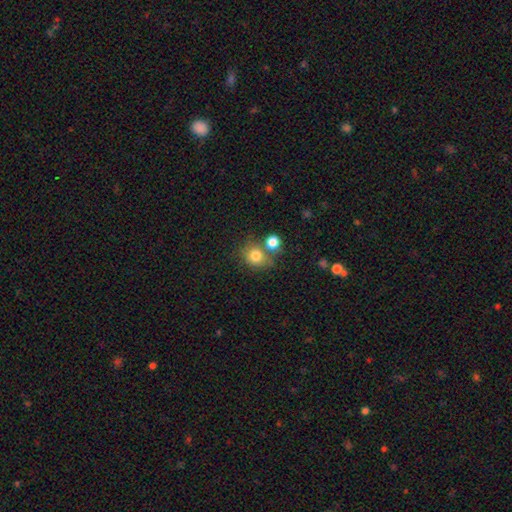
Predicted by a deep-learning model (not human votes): A smooth galaxy with no disk features (79%) that is round (80%). Merging: none (58%).